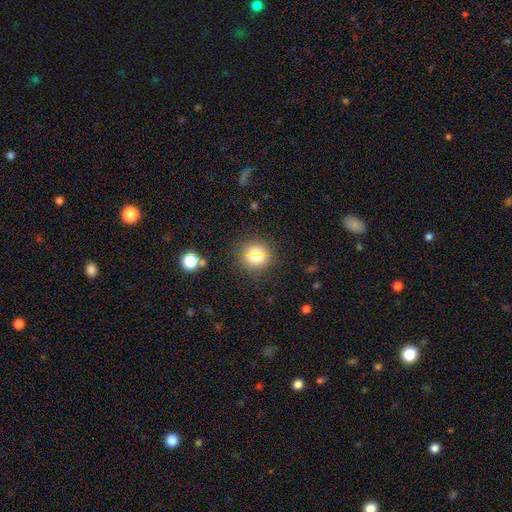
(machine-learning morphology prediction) type=smooth (62%); roundness=round (88%); merging=none (85%).